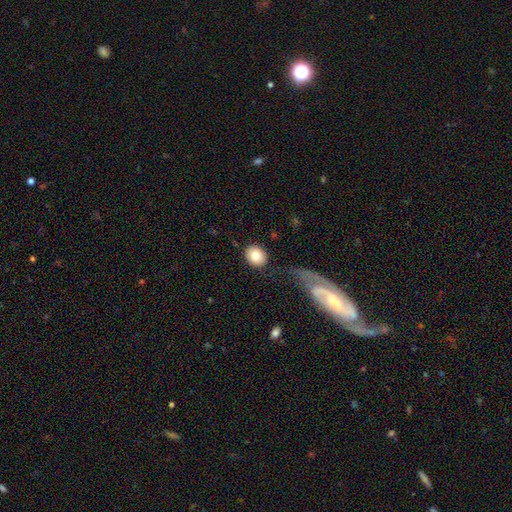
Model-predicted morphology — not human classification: Smooth or featured? smooth (80%)
How rounded? round (67%)
Merging? none (83%)